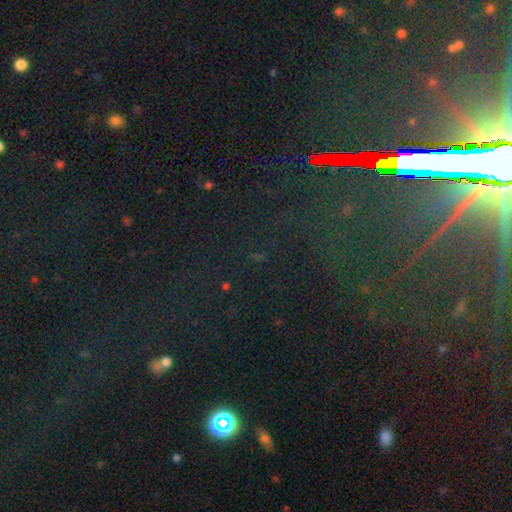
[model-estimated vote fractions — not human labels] This appears to be a star or artifact, not a galaxy (79%).